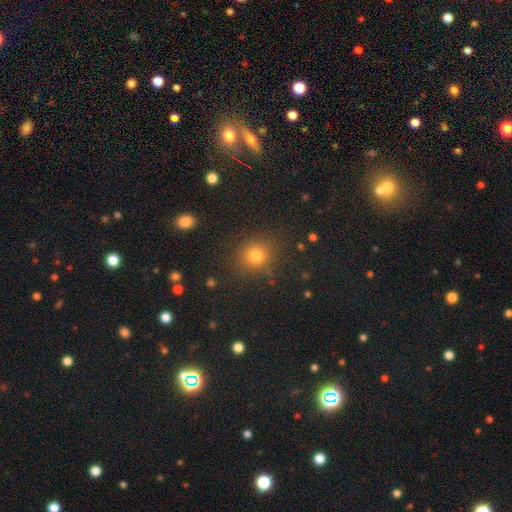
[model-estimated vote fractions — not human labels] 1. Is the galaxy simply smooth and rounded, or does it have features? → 77% smooth, 17% star or artifact, 6% featured or disk.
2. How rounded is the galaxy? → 87% round, 12% in between, 1% cigar-shaped.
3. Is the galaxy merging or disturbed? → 87% none, 8% minor disturbance, 3% major disturbance, 2% merger.